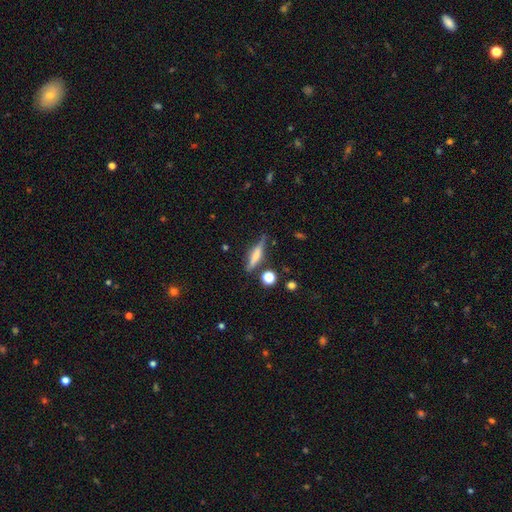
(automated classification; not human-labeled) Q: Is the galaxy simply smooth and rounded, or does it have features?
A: featured or disk — 49%.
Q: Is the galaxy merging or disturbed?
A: none — 77%.